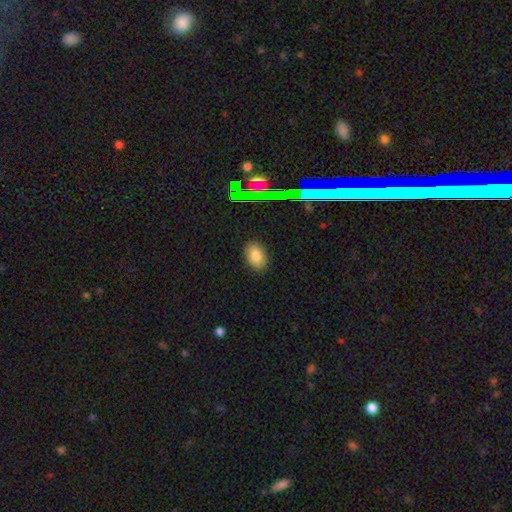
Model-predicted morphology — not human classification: This is clearly a smooth galaxy (81%). How rounded: clearly in between (85%). Merging: clearly none (87%).